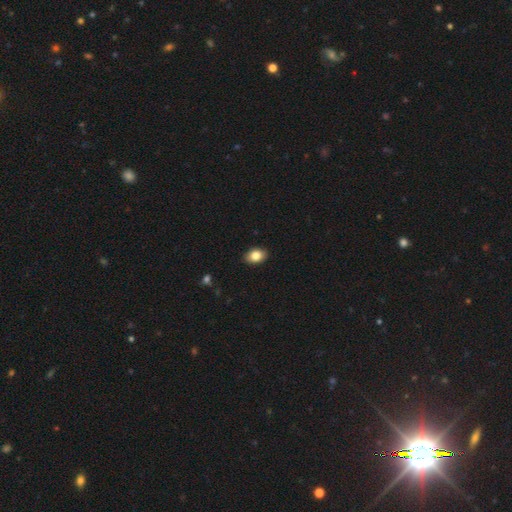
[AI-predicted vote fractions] Overall: smooth (84%). How rounded: in between (80%). Merging: none (89%).